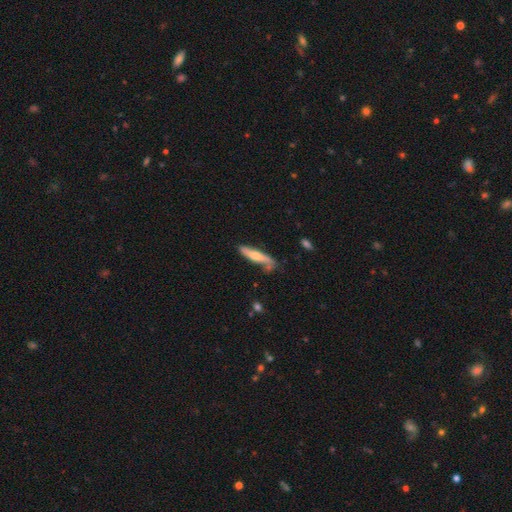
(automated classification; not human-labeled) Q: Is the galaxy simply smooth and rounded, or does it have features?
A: smooth — 54%.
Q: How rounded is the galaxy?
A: cigar-shaped — 81%.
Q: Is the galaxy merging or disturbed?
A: none — 65%.